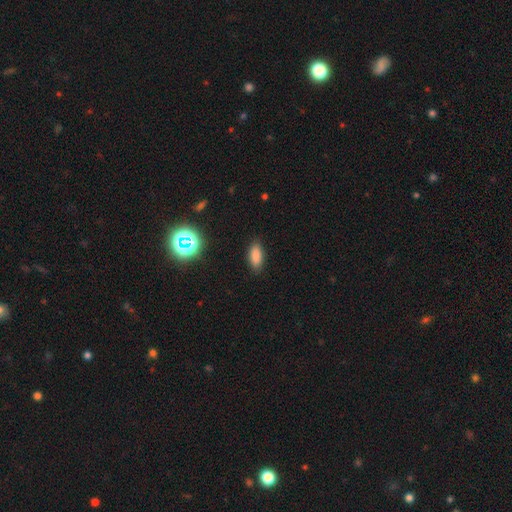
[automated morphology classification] This is clearly a smooth galaxy (83%). How rounded: clearly in between (84%). Merging: clearly none (86%).